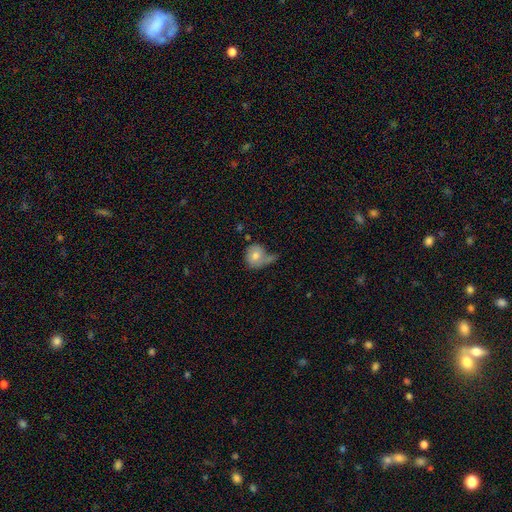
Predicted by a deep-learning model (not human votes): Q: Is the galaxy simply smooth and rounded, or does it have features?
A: smooth — 68%.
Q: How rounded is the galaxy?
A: round — 74%.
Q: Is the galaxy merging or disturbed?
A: none — 33%.